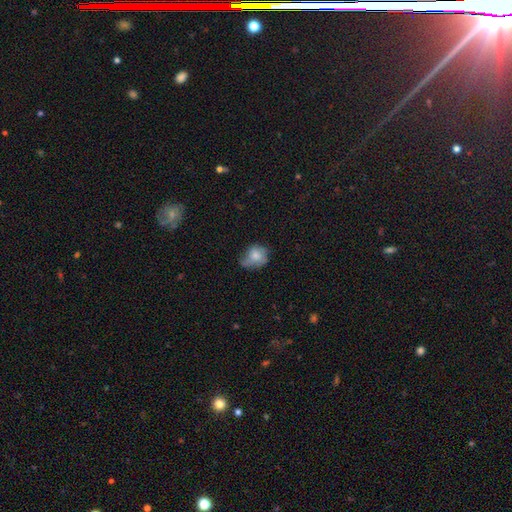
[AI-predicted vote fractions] Smooth or featured?
  - smooth: 68% *
  - featured or disk: 23%
  - star or artifact: 9%
How rounded?
  - round: 55% *
  - in between: 44%
  - cigar-shaped: 1%
Merging?
  - none: 40% *
  - minor disturbance: 37%
  - major disturbance: 20%
  - merger: 3%